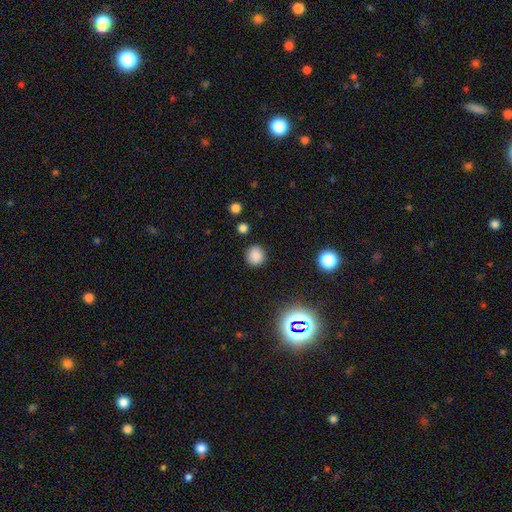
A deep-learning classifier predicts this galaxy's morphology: smooth_or_featured: smooth (p=0.82) [alt: star or artifact p=0.14]
how_rounded: round (p=0.88) [alt: in between p=0.11]
merging: none (p=0.87) [alt: minor disturbance p=0.09]